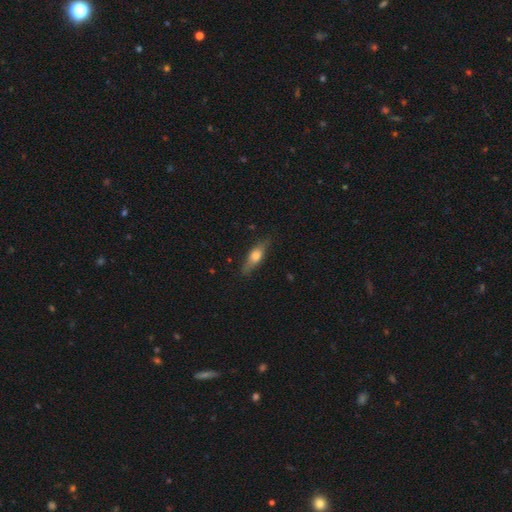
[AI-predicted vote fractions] Q: Smooth or featured?
A: smooth (57%); runner-up: featured or disk (37%)
Q: How rounded?
A: in between (48%); tied with: cigar-shaped (48%)
Q: Merging?
A: none (80%); runner-up: minor disturbance (16%)